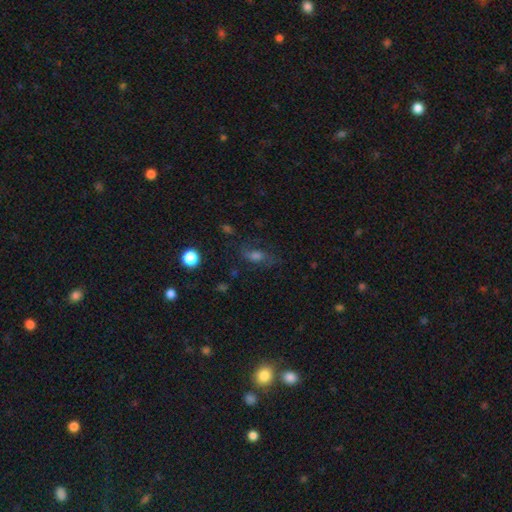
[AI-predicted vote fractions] A smooth galaxy with no disk features (42%).

Vote fractions:
- Smooth or featured? smooth: 42% / featured or disk: 32% / star or artifact: 26%
- Merging? none: 66% / minor disturbance: 19% / major disturbance: 12% / merger: 3%